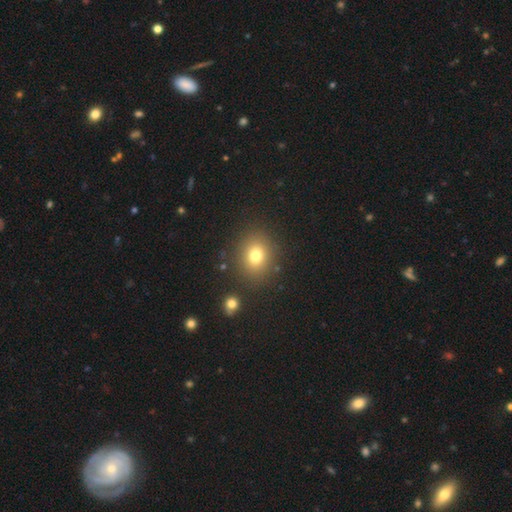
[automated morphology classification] The model was most divided on "how rounded": round: 68%, in between: 31%, cigar-shaped: 1%. More confident: merging — none (85%); smooth or featured — smooth (76%).